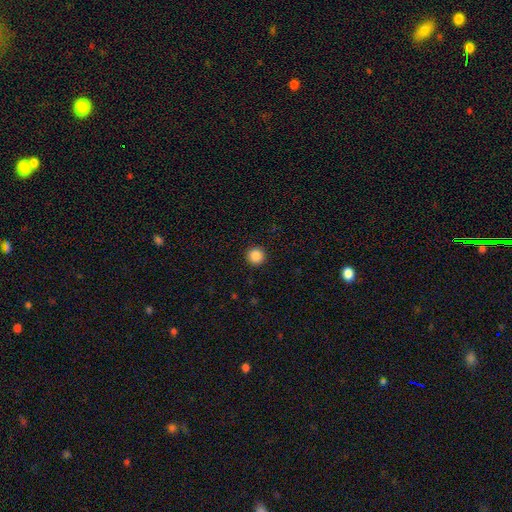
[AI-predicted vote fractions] Overall: smooth (87%). How rounded: round (95%). Merging: none (93%).